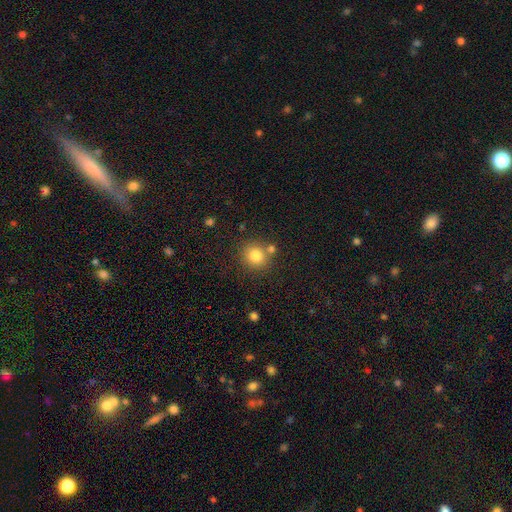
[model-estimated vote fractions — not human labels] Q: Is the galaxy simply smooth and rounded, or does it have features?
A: smooth — 82%.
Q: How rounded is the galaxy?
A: round — 87%.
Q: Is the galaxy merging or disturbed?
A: none — 72%.